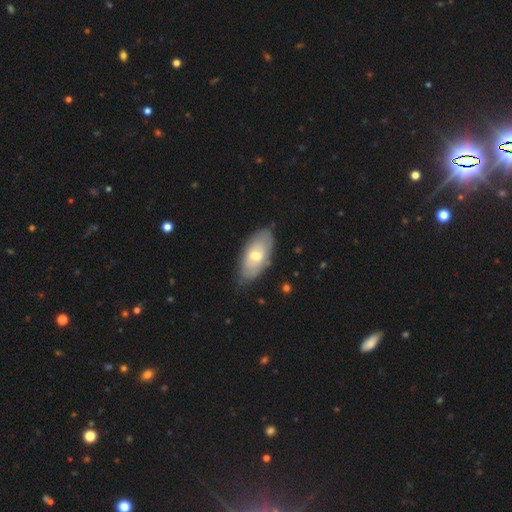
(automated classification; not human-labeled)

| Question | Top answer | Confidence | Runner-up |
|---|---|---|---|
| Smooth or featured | smooth | 54% | featured or disk (41%) |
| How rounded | in between | 91% | cigar-shaped (6%) |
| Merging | none | 75% | minor disturbance (19%) |